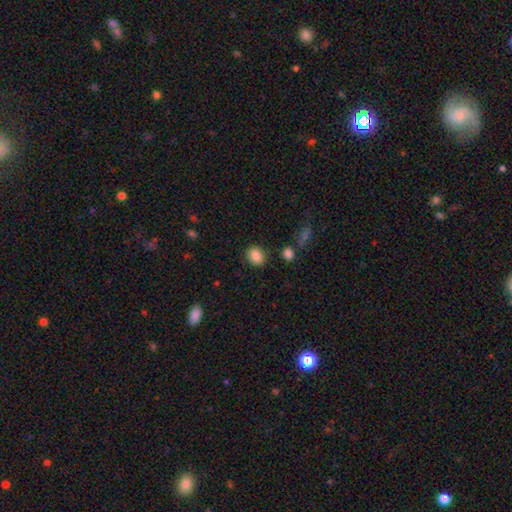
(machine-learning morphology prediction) Smooth or featured?
  - smooth: 85% *
  - star or artifact: 9%
  - featured or disk: 5%
How rounded?
  - round: 61% *
  - in between: 38%
  - cigar-shaped: 1%
Merging?
  - none: 87% *
  - minor disturbance: 8%
  - major disturbance: 3%
  - merger: 2%